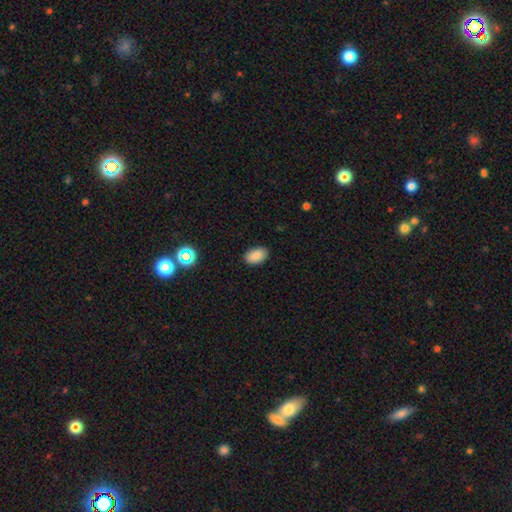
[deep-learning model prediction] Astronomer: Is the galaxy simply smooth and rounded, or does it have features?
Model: smooth — 86%.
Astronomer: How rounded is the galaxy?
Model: in between — 91%.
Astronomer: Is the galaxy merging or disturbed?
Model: none — 88%.